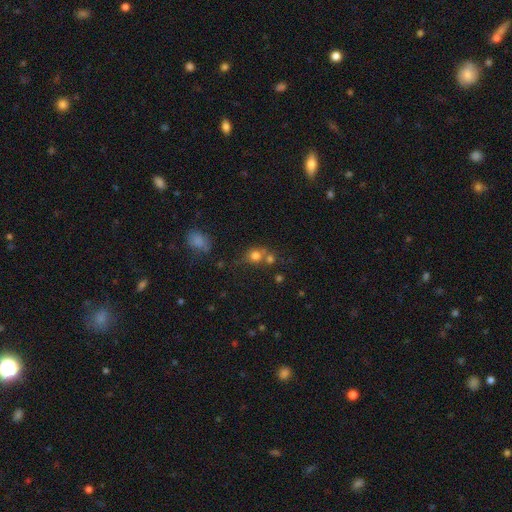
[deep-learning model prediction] A smooth galaxy with no disk features (75%) that is round (78%).

Vote fractions:
- Smooth or featured? smooth: 75% / star or artifact: 15% / featured or disk: 10%
- How rounded? round: 78% / in between: 20% / cigar-shaped: 1%
- Merging? none: 49% / merger: 34% / minor disturbance: 11% / major disturbance: 5%